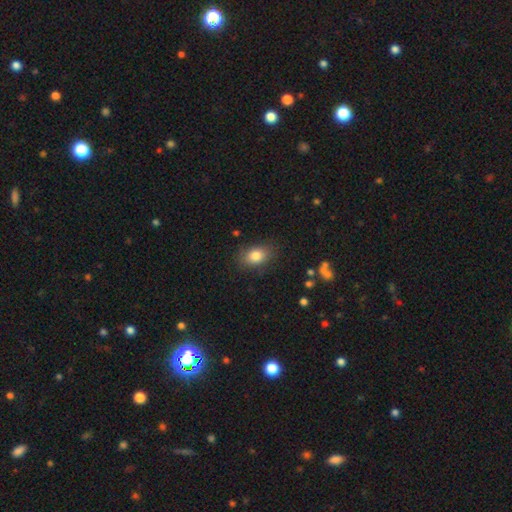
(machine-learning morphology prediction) This is clearly a smooth galaxy (82%). How rounded: likely in between (80%). Merging: clearly none (81%).